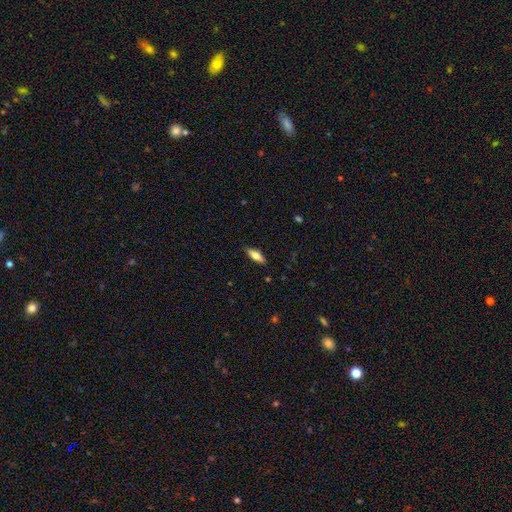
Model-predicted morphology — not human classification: Smooth or featured?
  - smooth: 65% *
  - featured or disk: 29%
  - star or artifact: 7%
How rounded?
  - in between: 56% *
  - cigar-shaped: 42%
  - round: 2%
Merging?
  - none: 88% *
  - minor disturbance: 9%
  - major disturbance: 2%
  - merger: 1%